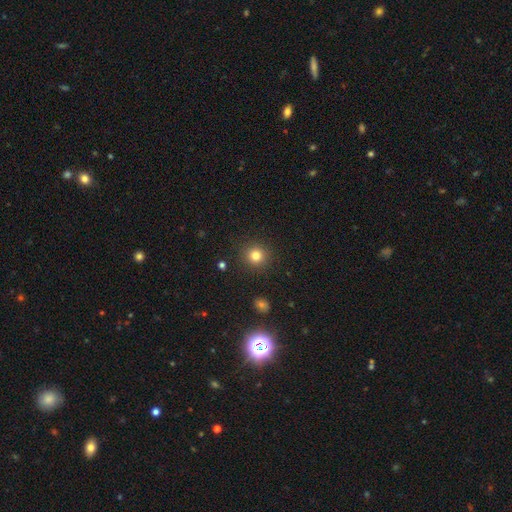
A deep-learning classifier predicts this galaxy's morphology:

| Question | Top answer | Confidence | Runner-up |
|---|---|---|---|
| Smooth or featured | smooth | 80% | star or artifact (14%) |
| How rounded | round | 94% | in between (6%) |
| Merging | none | 91% | minor disturbance (5%) |